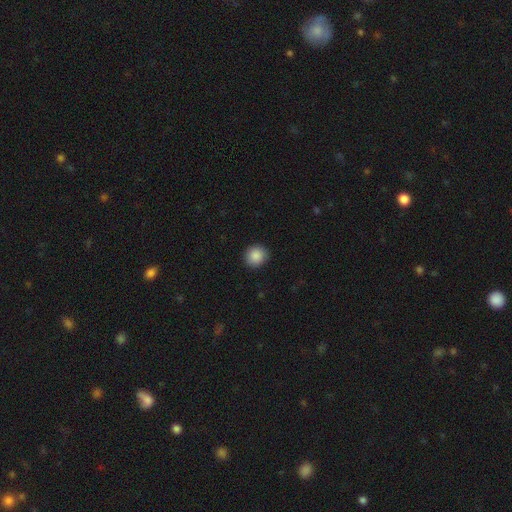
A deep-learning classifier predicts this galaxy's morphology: Q: Smooth or featured?
A: smooth (89%); runner-up: star or artifact (8%)
Q: How rounded?
A: round (87%); runner-up: in between (12%)
Q: Merging?
A: none (90%); runner-up: minor disturbance (7%)